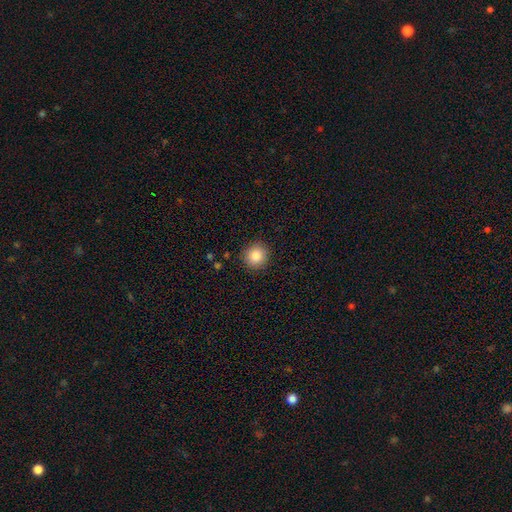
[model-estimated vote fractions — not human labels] Morphology: type=smooth (86%); roundness=round (93%); merging=none (91%).